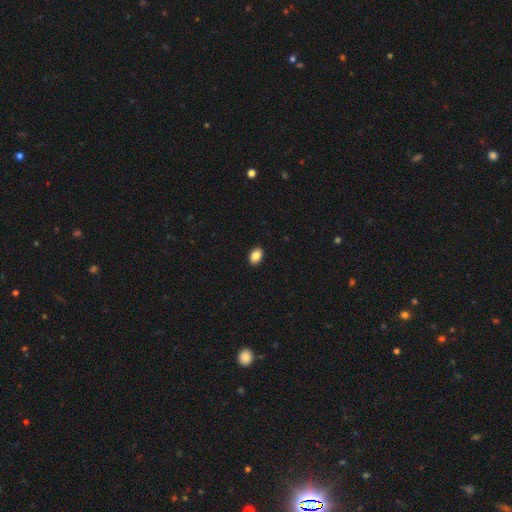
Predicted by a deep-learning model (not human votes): This appears to be a smooth galaxy with no disk features (87%) that is in between round and cigar-shaped (79%). Merging: none (92%).